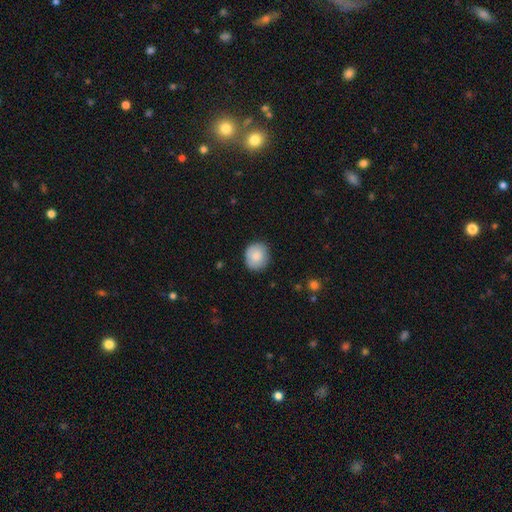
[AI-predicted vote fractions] Q: Smooth or featured?
A: smooth (82%); runner-up: featured or disk (11%)
Q: How rounded?
A: round (84%); runner-up: in between (15%)
Q: Merging?
A: none (85%); runner-up: minor disturbance (12%)